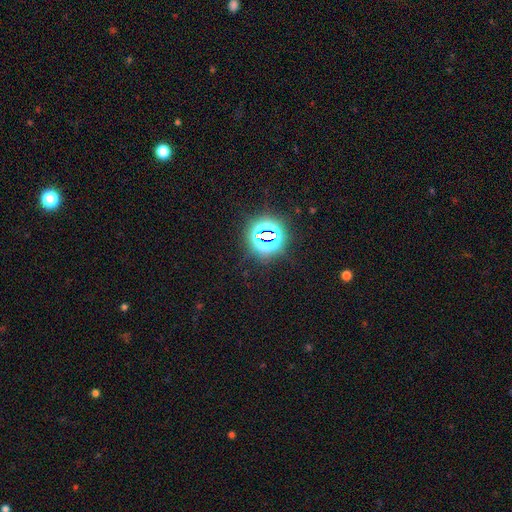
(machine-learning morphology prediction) Smooth or featured?
  - star or artifact: 80% *
  - smooth: 14%
  - featured or disk: 6%